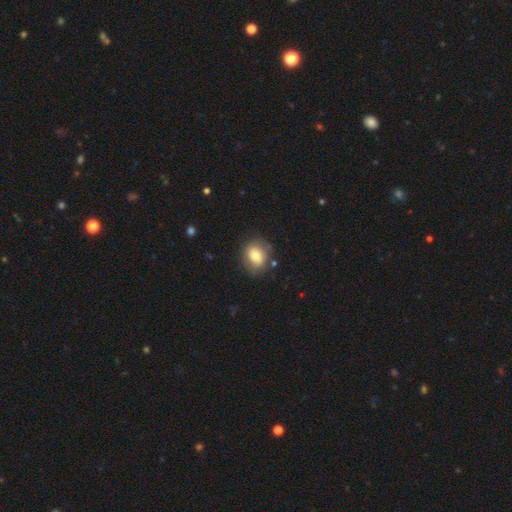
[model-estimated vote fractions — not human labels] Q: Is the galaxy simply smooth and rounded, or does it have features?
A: smooth — 72%.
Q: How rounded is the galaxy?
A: round — 54%.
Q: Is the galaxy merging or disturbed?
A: none — 77%.